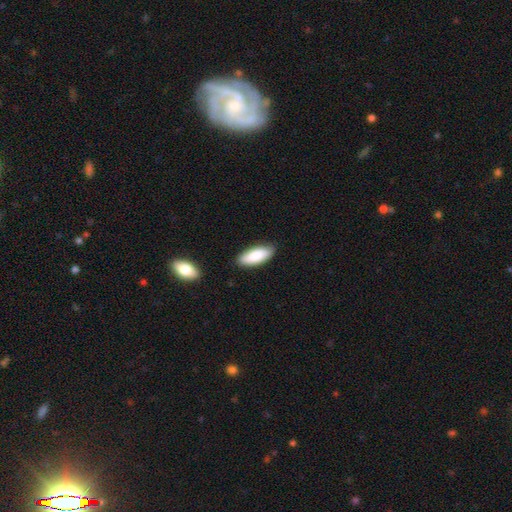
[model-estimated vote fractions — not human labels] Q: Smooth or featured?
A: smooth (85%); runner-up: featured or disk (9%)
Q: How rounded?
A: in between (74%); runner-up: cigar-shaped (24%)
Q: Merging?
A: none (86%); runner-up: minor disturbance (11%)